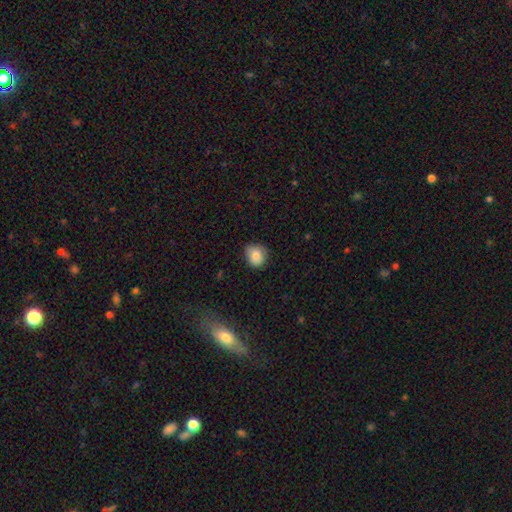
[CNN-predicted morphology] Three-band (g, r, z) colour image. It shows a smooth galaxy with no disk features (82%) that is round (79%). Merging: none (73%).